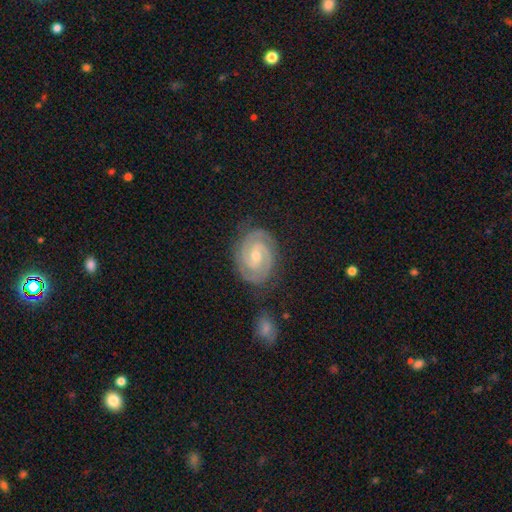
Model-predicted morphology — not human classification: Overall: featured or disk (89%). Edge-on disk: no (98%). Bar: weak (45%; no 39%). Spiral arms: yes (98%). Spiral arm count: 2 (84%). Spiral winding: tight (76%). Bulge size: moderate (48%, tied with small). Merging: none (82%).